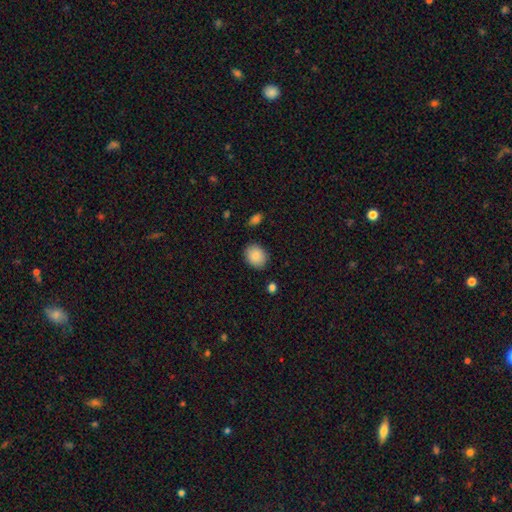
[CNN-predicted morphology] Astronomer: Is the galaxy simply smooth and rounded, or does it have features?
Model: smooth — 88%.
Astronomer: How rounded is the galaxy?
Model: round — 54% (runner-up: in between, 45%).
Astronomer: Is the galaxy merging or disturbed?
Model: none — 84%.